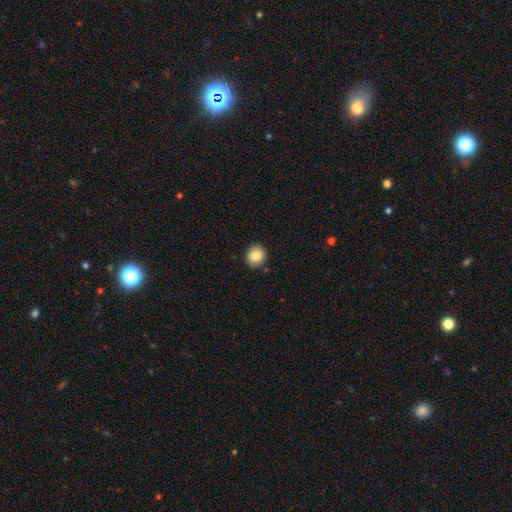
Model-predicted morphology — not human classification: Q: Smooth or featured?
A: smooth (85%); runner-up: star or artifact (9%)
Q: How rounded?
A: round (79%); runner-up: in between (20%)
Q: Merging?
A: none (89%); runner-up: minor disturbance (7%)